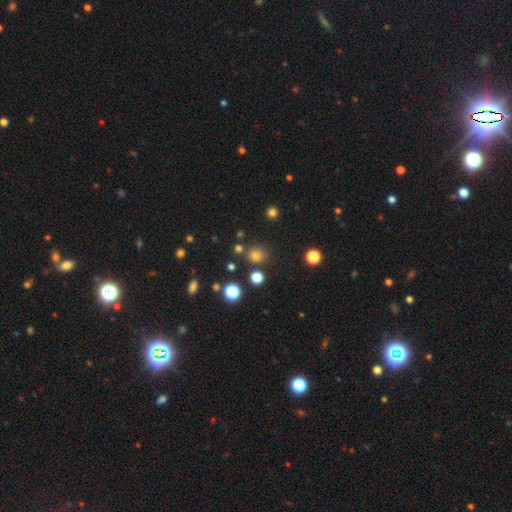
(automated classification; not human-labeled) Morphology: type=smooth (74%); roundness=round (87%); merging=none (82%).